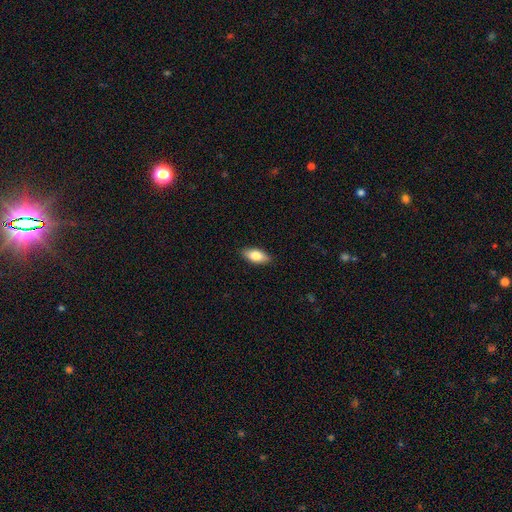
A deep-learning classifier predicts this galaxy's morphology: The model was most divided on "smooth or featured": smooth: 79%, featured or disk: 15%, star or artifact: 6%. More confident: merging — none (88%); how rounded — in between (85%).